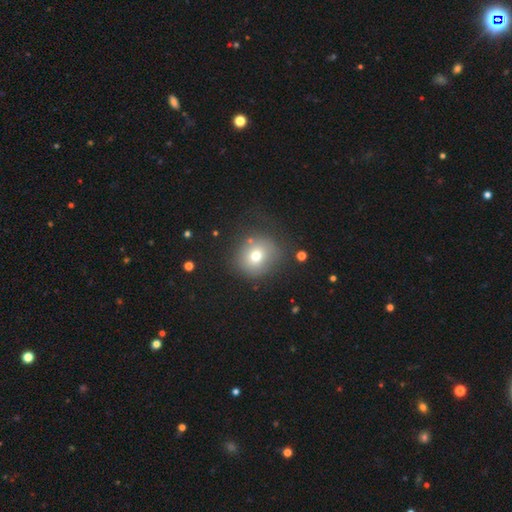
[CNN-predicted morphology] A smooth galaxy with no disk features (70%) that is round (84%).

Vote fractions:
- Smooth or featured? smooth: 70% / featured or disk: 16% / star or artifact: 14%
- How rounded? round: 84% / in between: 15% / cigar-shaped: 1%
- Merging? none: 71% / minor disturbance: 16% / major disturbance: 9% / merger: 4%